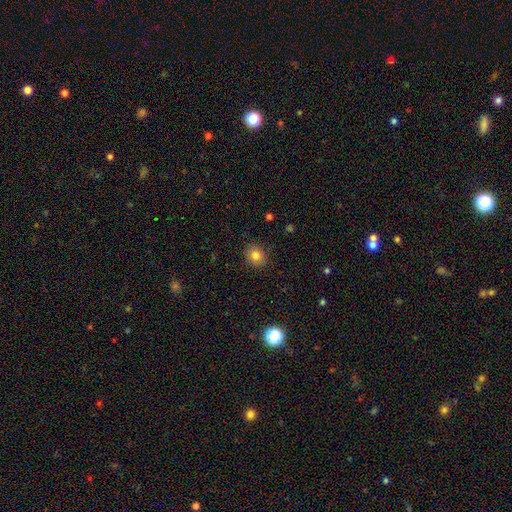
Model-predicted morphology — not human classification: Smooth or featured? smooth (81%)
How rounded? round (78%)
Merging? none (88%)